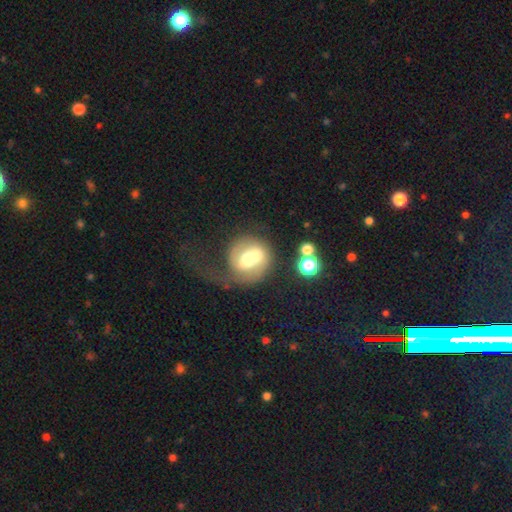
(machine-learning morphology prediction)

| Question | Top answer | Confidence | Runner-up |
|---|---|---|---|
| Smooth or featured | featured or disk | 49% | smooth (42%) |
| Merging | merger | 43% | none (26%) |